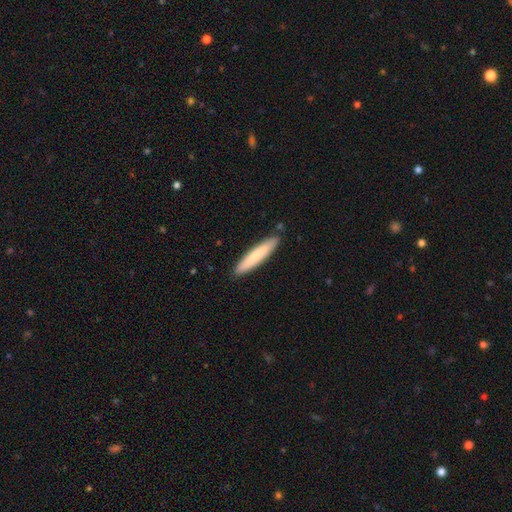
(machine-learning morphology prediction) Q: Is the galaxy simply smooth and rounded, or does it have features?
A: smooth — 77%.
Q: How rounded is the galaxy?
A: cigar-shaped — 91%.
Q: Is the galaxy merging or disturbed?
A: none — 89%.